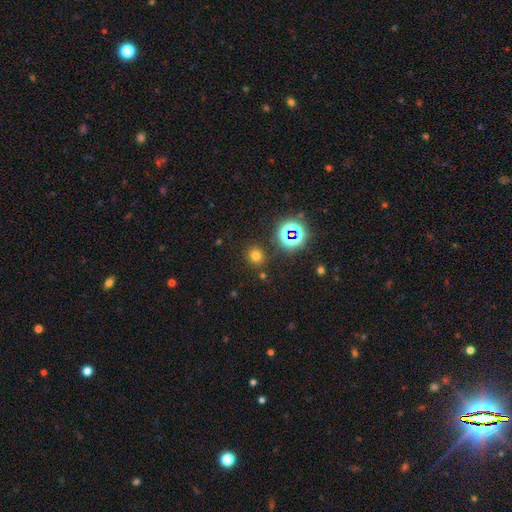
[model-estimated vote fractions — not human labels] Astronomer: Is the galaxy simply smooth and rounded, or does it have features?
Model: smooth — 69%.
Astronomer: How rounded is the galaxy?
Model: round — 82%.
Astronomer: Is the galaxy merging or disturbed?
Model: none — 85%.